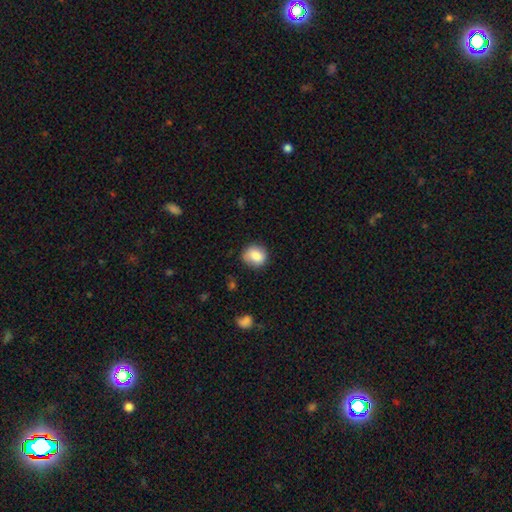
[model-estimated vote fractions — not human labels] A smooth galaxy with no disk features (83%) that is round (78%).

Vote fractions:
- Smooth or featured? smooth: 83% / featured or disk: 9% / star or artifact: 8%
- How rounded? round: 78% / in between: 21% / cigar-shaped: 1%
- Merging? none: 80% / minor disturbance: 15% / major disturbance: 3% / merger: 1%